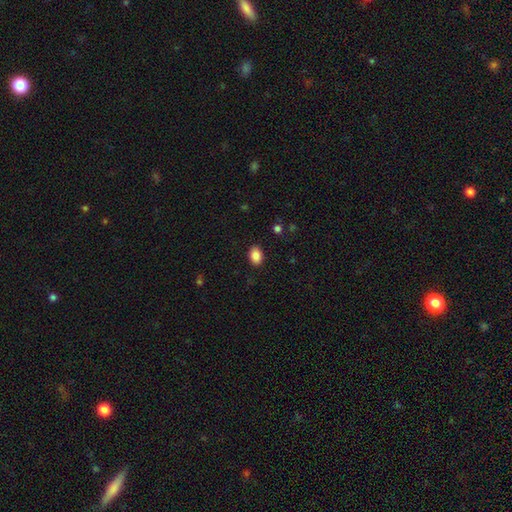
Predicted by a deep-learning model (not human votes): Smooth or featured?
  - smooth: 88% *
  - star or artifact: 9%
  - featured or disk: 4%
How rounded?
  - in between: 78% *
  - round: 21%
  - cigar-shaped: 1%
Merging?
  - none: 89% *
  - minor disturbance: 8%
  - major disturbance: 2%
  - merger: 1%